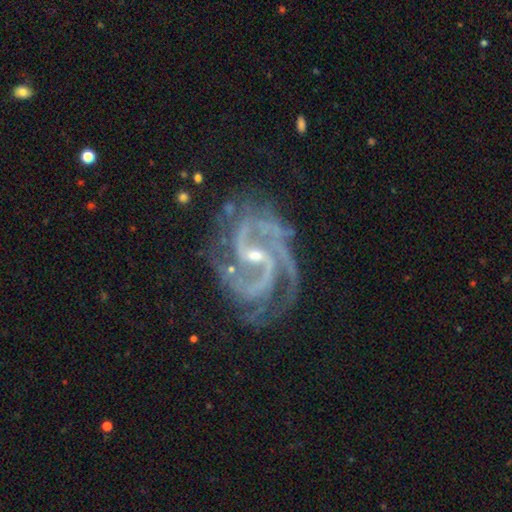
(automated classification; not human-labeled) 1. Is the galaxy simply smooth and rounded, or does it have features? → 93% featured or disk, 4% star or artifact, 2% smooth.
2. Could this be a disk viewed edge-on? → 98% no, 2% yes.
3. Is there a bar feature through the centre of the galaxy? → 45% weak, 31% strong, 24% no.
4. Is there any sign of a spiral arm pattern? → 99% yes, 1% no.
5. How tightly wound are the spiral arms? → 57% medium, 33% tight, 11% loose.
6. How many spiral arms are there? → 58% 2, 21% 3, 6% can't tell, 6% 4, 4% more than 4, 4% 1.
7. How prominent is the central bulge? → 68% small, 29% moderate, 2% none, 1% large, 1% dominant.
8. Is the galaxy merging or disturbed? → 66% none, 20% minor disturbance, 12% major disturbance, 2% merger.